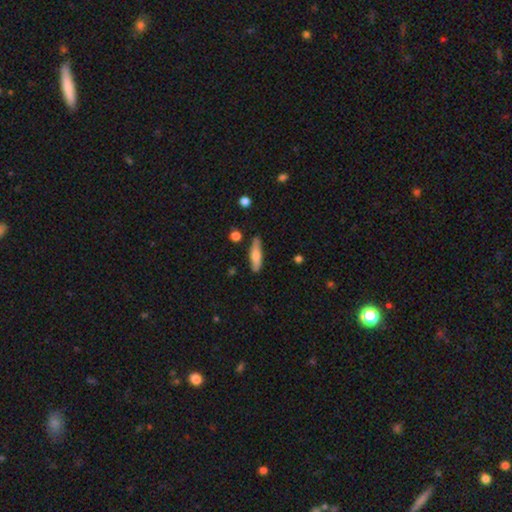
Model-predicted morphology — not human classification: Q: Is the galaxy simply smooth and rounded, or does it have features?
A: smooth — 65%.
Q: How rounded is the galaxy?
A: cigar-shaped — 65%.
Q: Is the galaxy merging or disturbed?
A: none — 82%.